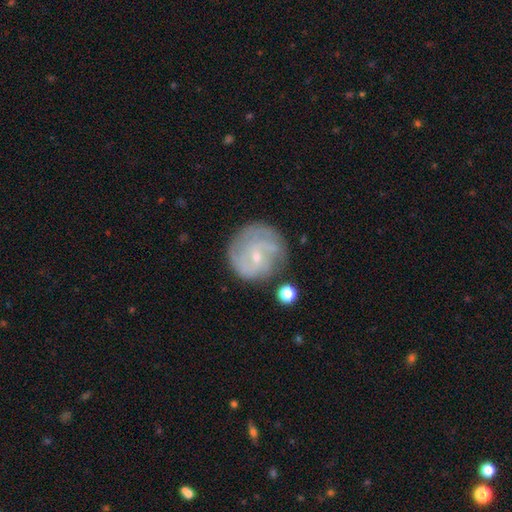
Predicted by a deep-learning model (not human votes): Smooth or featured?
  - featured or disk: 70% *
  - smooth: 22%
  - star or artifact: 8%
Edge-on disk?
  - no: 97% *
  - yes: 3%
Bar?
  - no: 52% *
  - weak: 41%
  - strong: 7%
Spiral arms?
  - yes: 85% *
  - no: 15%
Spiral winding?
  - tight: 49% *
  - medium: 35%
  - loose: 16%
Spiral arm count?
  - can't tell: 39% *
  - 2: 26%
  - 3: 18%
  - 4: 8%
  - 1: 5%
  - more than 4: 4%
Bulge size?
  - small: 76% *
  - moderate: 19%
  - none: 3%
  - large: 1%
  - dominant: 1%
Merging?
  - none: 69% *
  - minor disturbance: 19%
  - major disturbance: 8%
  - merger: 4%